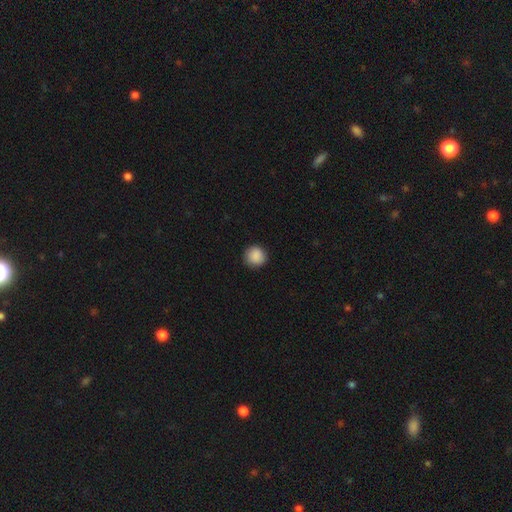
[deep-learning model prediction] smooth-or-featured: smooth: 89% | star or artifact: 8% | featured or disk: 3%
  how-rounded: round: 93% | in between: 7% | cigar-shaped: 1%
  merging: none: 89% | minor disturbance: 8% | major disturbance: 2% | merger: 1%